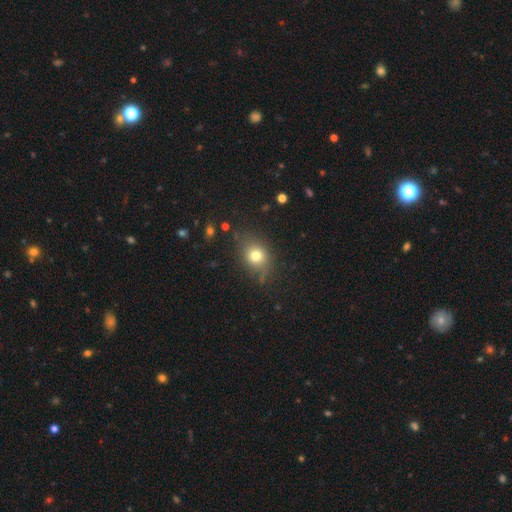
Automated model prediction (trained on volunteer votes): smooth-or-featured: smooth: 74% | star or artifact: 14% | featured or disk: 12%
  how-rounded: round: 55% | in between: 44% | cigar-shaped: 1%
  merging: none: 73% | minor disturbance: 18% | major disturbance: 7% | merger: 2%